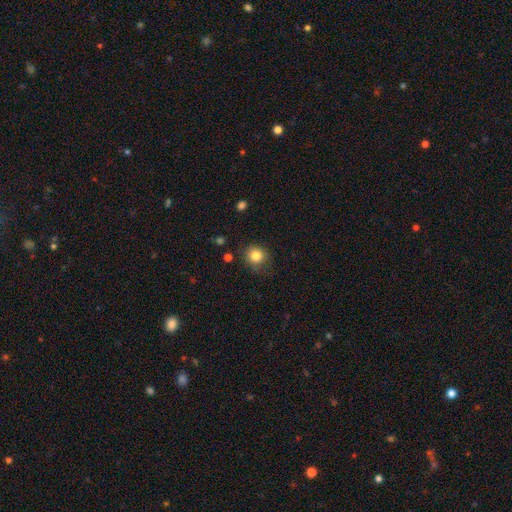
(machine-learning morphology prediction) smooth_or_featured: smooth (p=0.82) [alt: star or artifact p=0.11]
how_rounded: round (p=0.87) [alt: in between p=0.12]
merging: none (p=0.79) [alt: minor disturbance p=0.15]